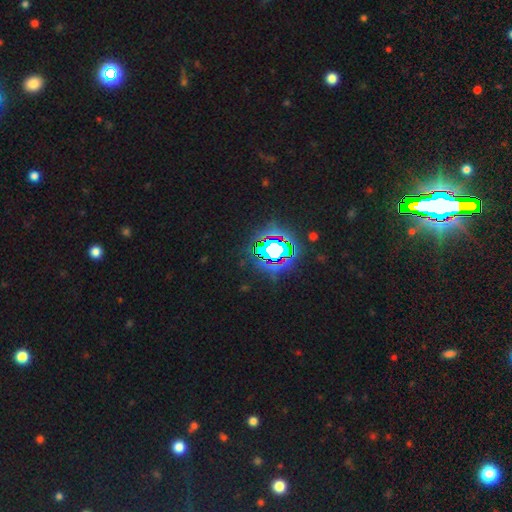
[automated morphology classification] Smooth or featured? Predicted: star or artifact (p=0.83).